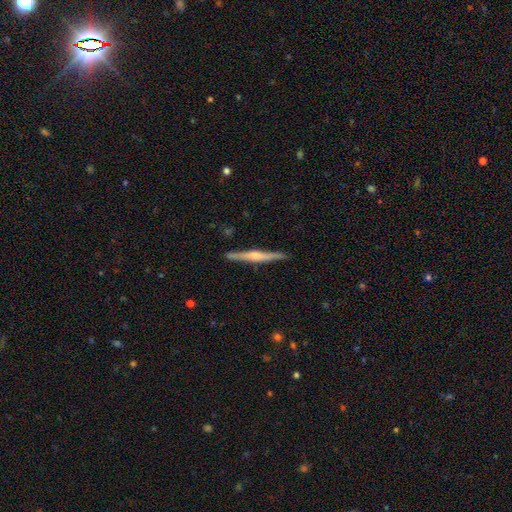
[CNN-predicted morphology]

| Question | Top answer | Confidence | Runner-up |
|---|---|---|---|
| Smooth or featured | featured or disk | 68% | smooth (26%) |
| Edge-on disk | yes | 98% | no (2%) |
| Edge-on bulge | rounded | 64% | none (18%) |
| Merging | none | 90% | minor disturbance (7%) |